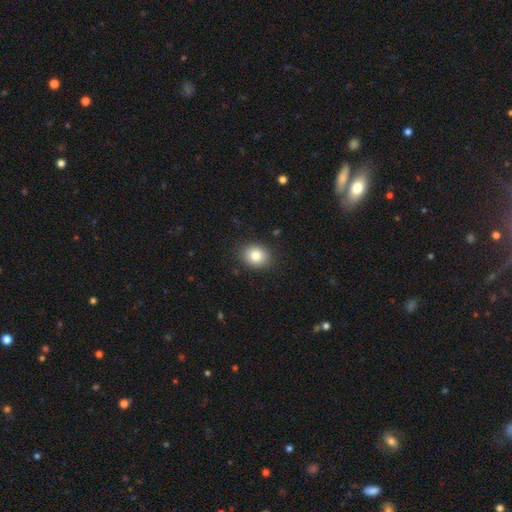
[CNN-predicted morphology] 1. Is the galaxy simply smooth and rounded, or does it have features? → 83% smooth, 9% star or artifact, 8% featured or disk.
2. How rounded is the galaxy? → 57% round, 42% in between, 1% cigar-shaped.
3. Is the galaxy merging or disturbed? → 89% none, 8% minor disturbance, 2% major disturbance, 1% merger.